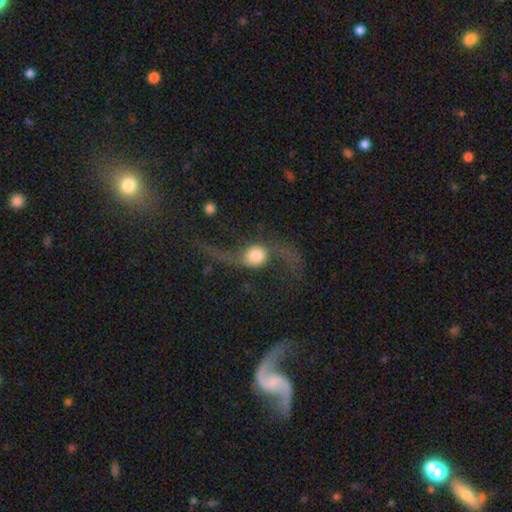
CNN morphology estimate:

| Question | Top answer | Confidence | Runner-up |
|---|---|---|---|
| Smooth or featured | featured or disk | 60% | smooth (31%) |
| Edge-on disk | no | 72% | yes (28%) |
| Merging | major disturbance | 39% | none (38%) |